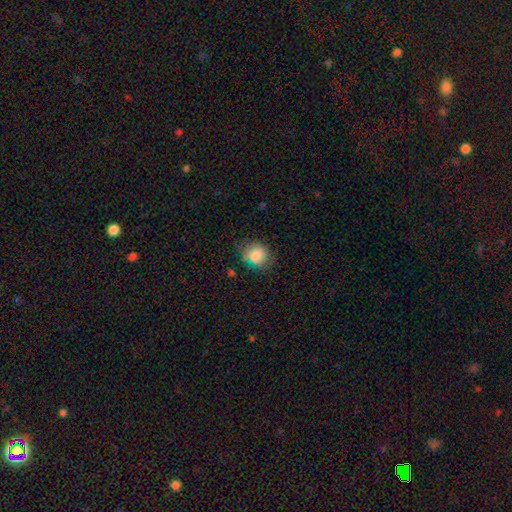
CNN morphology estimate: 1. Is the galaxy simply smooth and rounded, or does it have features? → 81% smooth, 10% star or artifact, 9% featured or disk.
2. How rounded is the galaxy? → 74% round, 25% in between, 1% cigar-shaped.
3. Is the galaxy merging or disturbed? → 71% none, 21% minor disturbance, 6% major disturbance, 3% merger.